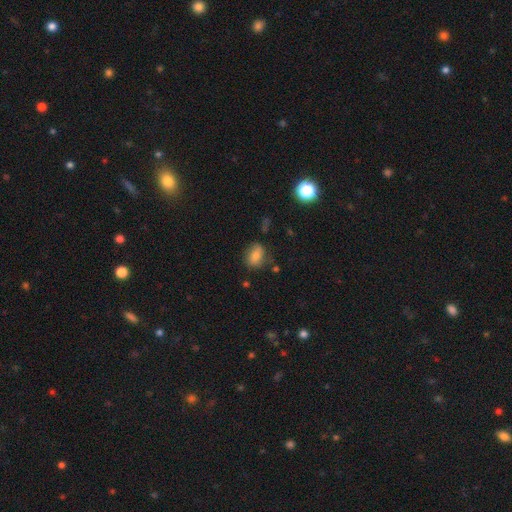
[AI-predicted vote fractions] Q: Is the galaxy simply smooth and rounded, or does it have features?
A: smooth — 78%.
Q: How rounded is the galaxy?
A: in between — 74%.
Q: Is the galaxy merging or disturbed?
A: none — 69%.